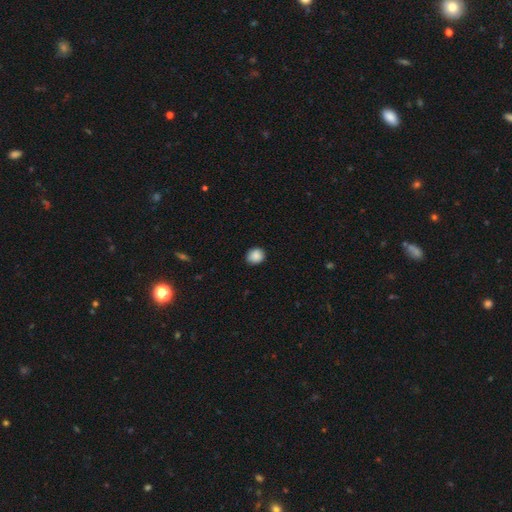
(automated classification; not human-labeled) Smooth or featured?
  - smooth: 89% *
  - star or artifact: 8%
  - featured or disk: 3%
How rounded?
  - round: 77% *
  - in between: 23%
  - cigar-shaped: 1%
Merging?
  - none: 87% *
  - minor disturbance: 10%
  - major disturbance: 2%
  - merger: 1%